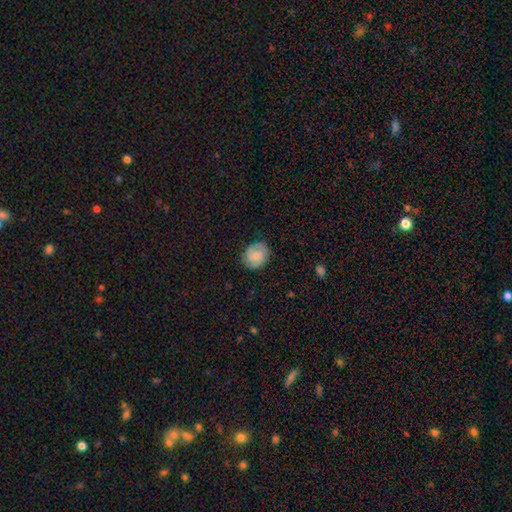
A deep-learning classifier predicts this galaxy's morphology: Overall: smooth (61%; featured or disk 31%). How rounded: round (68%; in between 31%). Merging: none (76%).